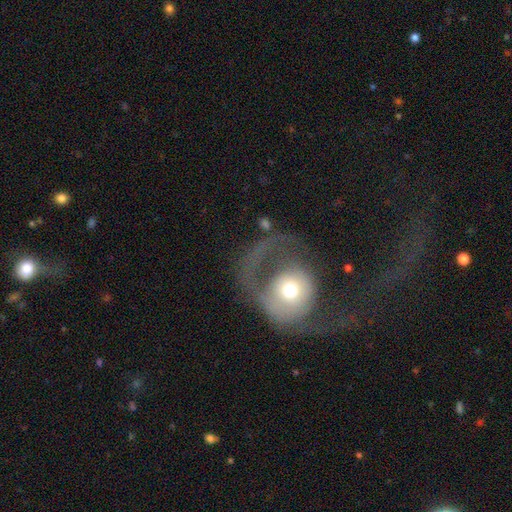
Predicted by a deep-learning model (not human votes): Morphology: type=featured or disk (57%); edge-on=no (96%); bar=no (83%); spiral arms=no (50%, tied with yes); bulge=moderate (67%); merging=major disturbance (63%).